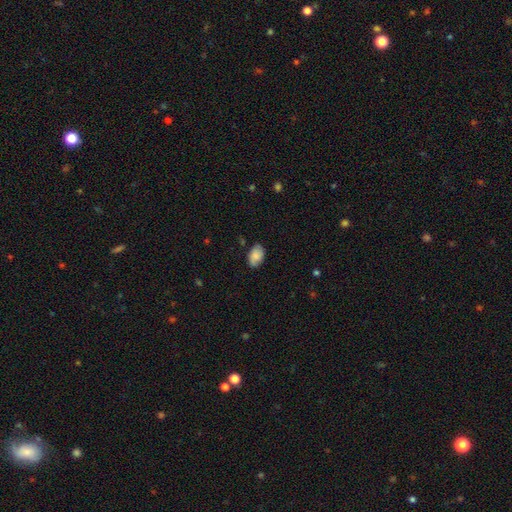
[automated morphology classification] Smooth or featured: smooth — 83% (featured or disk — 11%)
How rounded: in between — 91% (round — 8%)
Merging: none — 81% (minor disturbance — 15%)